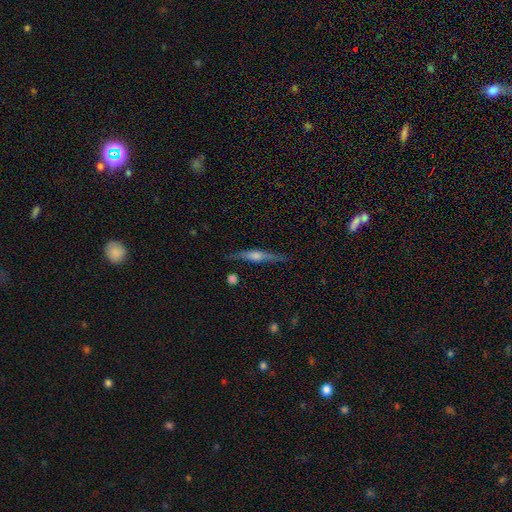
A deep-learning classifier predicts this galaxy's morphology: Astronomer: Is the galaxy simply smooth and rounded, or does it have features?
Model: featured or disk — 72%.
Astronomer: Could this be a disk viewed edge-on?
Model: yes — 97%.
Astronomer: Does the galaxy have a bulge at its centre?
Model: rounded — 78%.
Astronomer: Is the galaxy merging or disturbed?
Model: none — 87%.